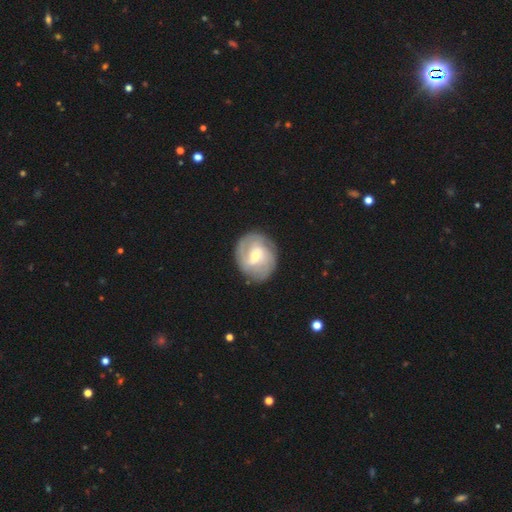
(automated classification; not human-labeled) Smooth or featured? Predicted: featured or disk (p=0.76). Edge-on disk? Predicted: no (p=0.97). Bar? Predicted: weak (p=0.51). Spiral arms? Predicted: yes (p=0.92). Spiral winding? Predicted: tight (p=0.54). Spiral arm count? Predicted: 2 (p=0.38). Bulge size? Predicted: moderate (p=0.50). Merging? Predicted: none (p=0.81).